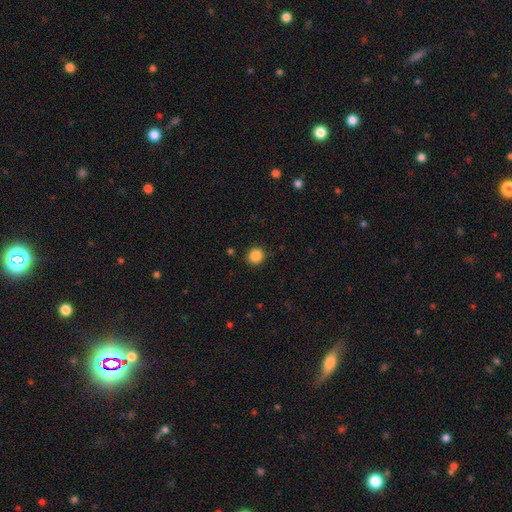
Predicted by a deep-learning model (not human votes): Q: Smooth or featured?
A: smooth (87%); runner-up: star or artifact (10%)
Q: How rounded?
A: round (91%); runner-up: in between (8%)
Q: Merging?
A: none (90%); runner-up: minor disturbance (7%)